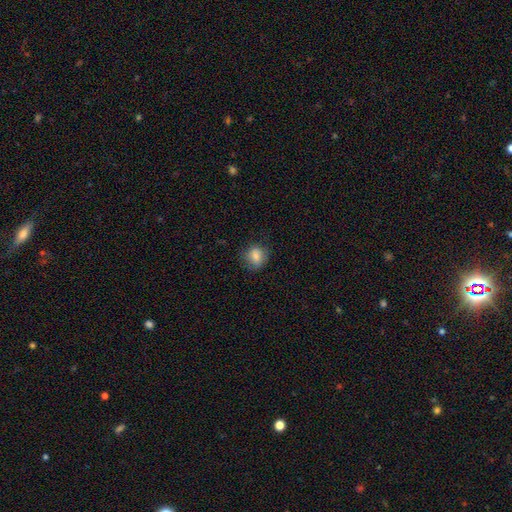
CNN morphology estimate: Smooth or featured? Predicted: smooth (p=0.79). How rounded? Predicted: round (p=0.70). Merging? Predicted: none (p=0.76).